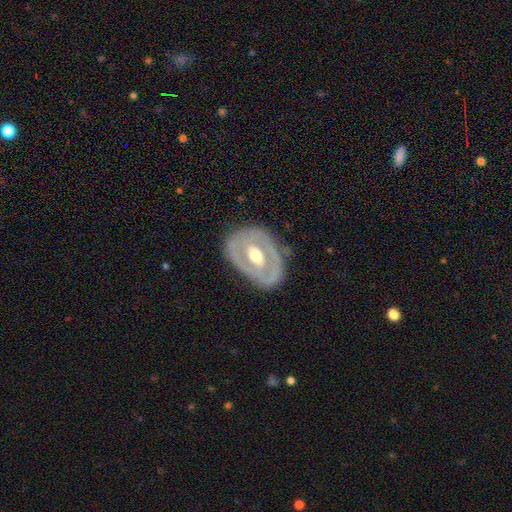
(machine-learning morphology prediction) Q: Smooth or featured?
A: featured or disk (72%); runner-up: smooth (24%)
Q: Edge-on disk?
A: no (93%); runner-up: yes (7%)
Q: Bar?
A: no (46%); runner-up: weak (33%)
Q: Spiral arms?
A: no (65%); runner-up: yes (35%)
Q: Bulge size?
A: moderate (74%); runner-up: small (13%)
Q: Merging?
A: none (76%); runner-up: minor disturbance (17%)